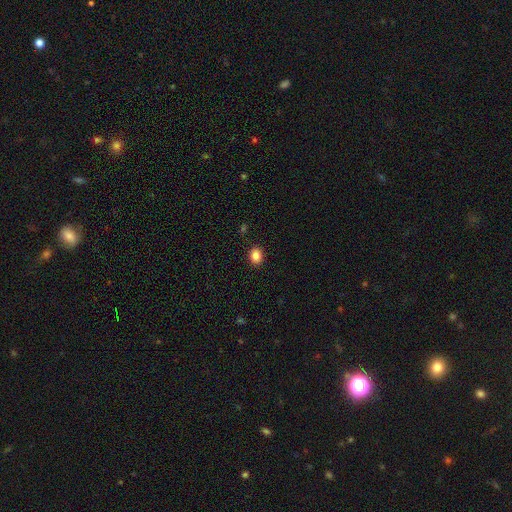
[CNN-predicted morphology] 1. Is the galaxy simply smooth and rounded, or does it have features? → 86% smooth, 10% star or artifact, 4% featured or disk.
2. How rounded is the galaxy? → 51% round, 48% in between, 1% cigar-shaped.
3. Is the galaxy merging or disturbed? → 89% none, 7% minor disturbance, 2% major disturbance, 1% merger.